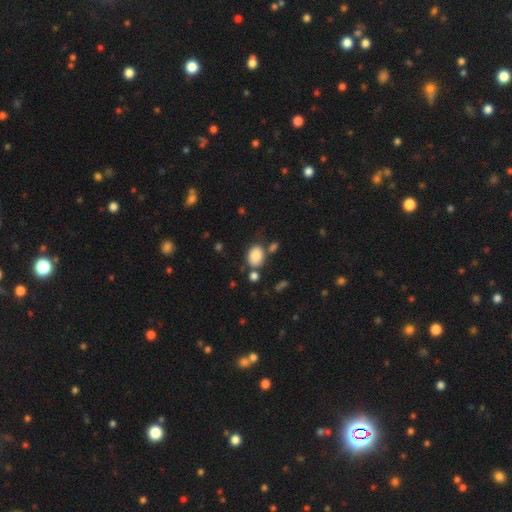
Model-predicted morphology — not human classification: Smooth or featured? smooth (85%)
How rounded? in between (65%)
Merging? none (66%)